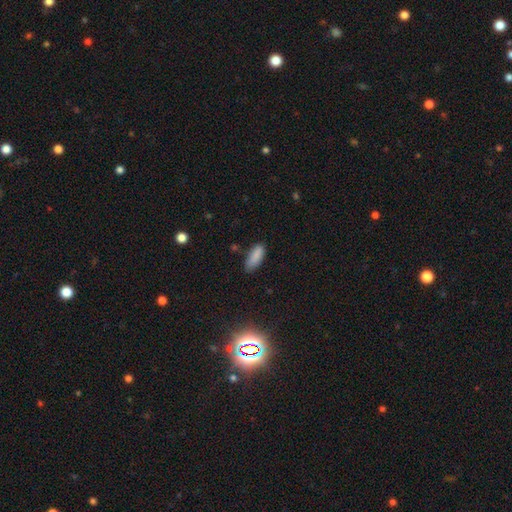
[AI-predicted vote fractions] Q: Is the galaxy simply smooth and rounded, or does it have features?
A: smooth — 86%.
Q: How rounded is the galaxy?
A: in between — 73%.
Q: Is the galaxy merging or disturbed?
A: none — 66%.